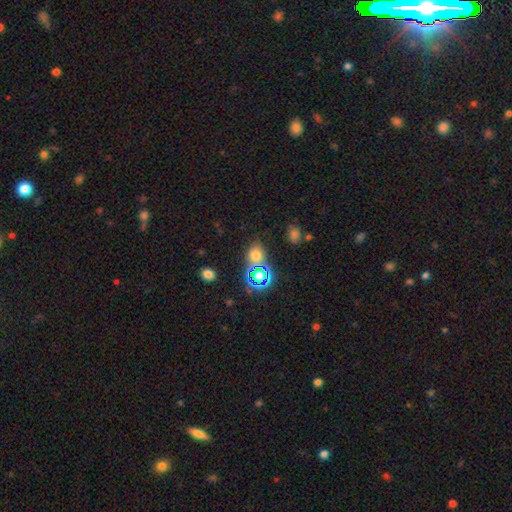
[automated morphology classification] A smooth galaxy with no disk features (59%) that is round (66%).

Vote fractions:
- Smooth or featured? smooth: 59% / star or artifact: 34% / featured or disk: 7%
- How rounded? round: 66% / in between: 33% / cigar-shaped: 1%
- Merging? none: 72% / merger: 13% / minor disturbance: 11% / major disturbance: 4%